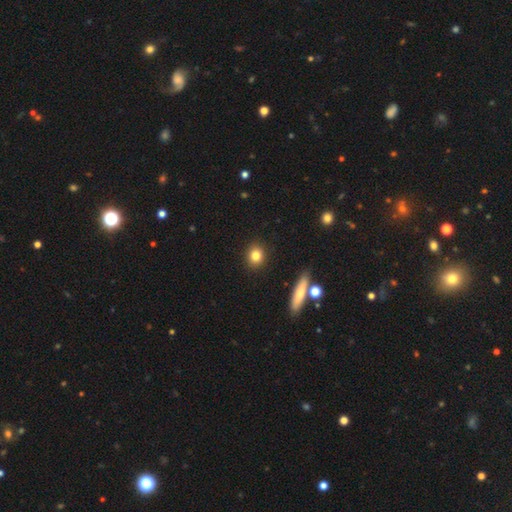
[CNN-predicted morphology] Q: Smooth or featured?
A: smooth (81%); runner-up: star or artifact (10%)
Q: How rounded?
A: round (79%); runner-up: in between (18%)
Q: Merging?
A: none (90%); runner-up: minor disturbance (6%)